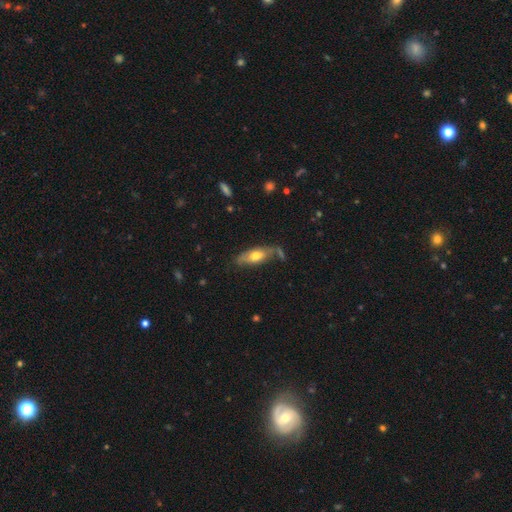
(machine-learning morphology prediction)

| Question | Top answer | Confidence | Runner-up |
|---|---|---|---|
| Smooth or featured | smooth | 56% | featured or disk (38%) |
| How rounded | in between | 69% | cigar-shaped (28%) |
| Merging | none | 60% | minor disturbance (23%) |